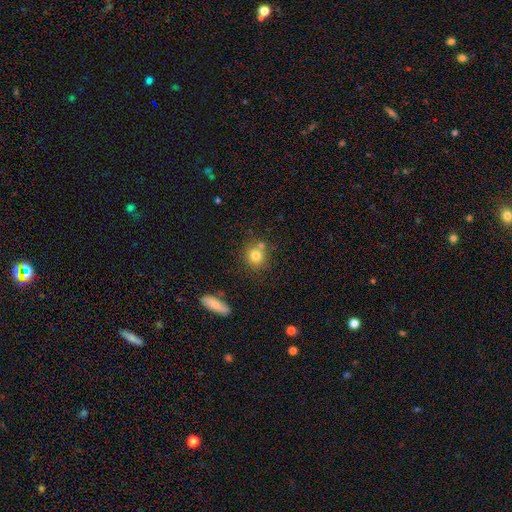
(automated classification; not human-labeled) Smooth or featured? smooth (78%)
How rounded? round (85%)
Merging? none (66%)